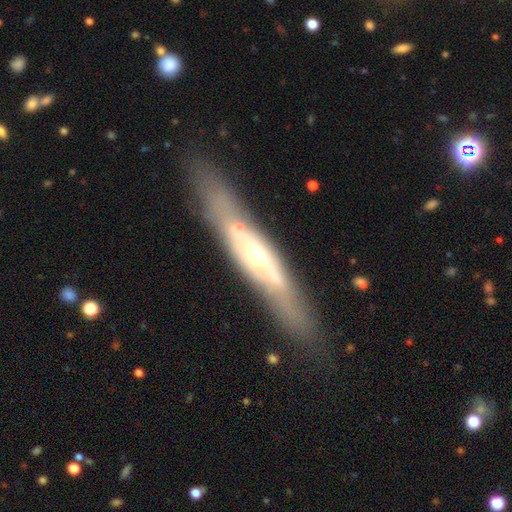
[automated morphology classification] A featured or disk galaxy (70%) viewed edge-on (62%).

Vote fractions:
- Smooth or featured? featured or disk: 70% / smooth: 24% / star or artifact: 6%
- Edge-on disk? yes: 62% / no: 38%
- Merging? none: 78% / minor disturbance: 13% / major disturbance: 5% / merger: 3%